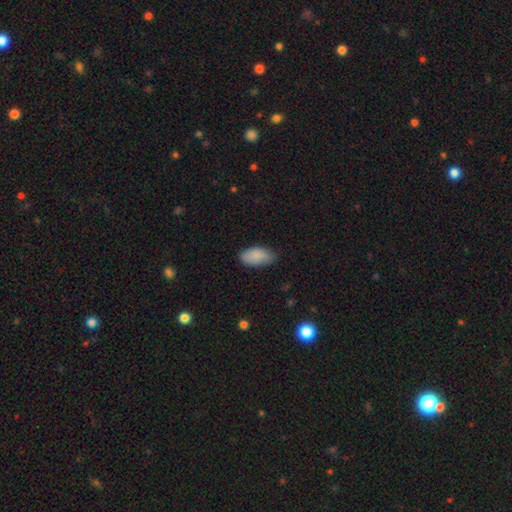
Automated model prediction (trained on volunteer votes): Smooth or featured? Predicted: smooth (p=0.87). How rounded? Predicted: in between (p=0.94). Merging? Predicted: none (p=0.75).